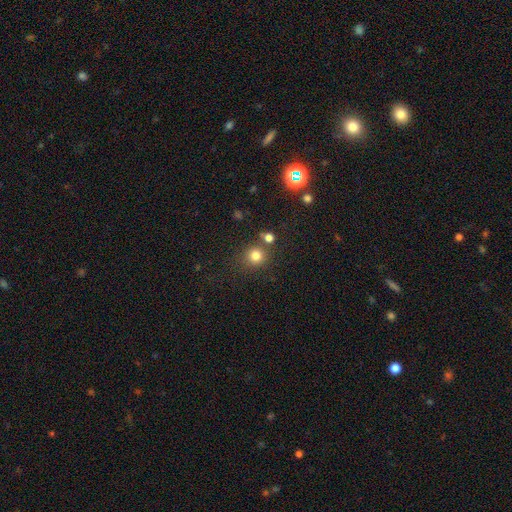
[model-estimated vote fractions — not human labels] Overall: smooth (79%). How rounded: round (91%). Merging: none (74%).